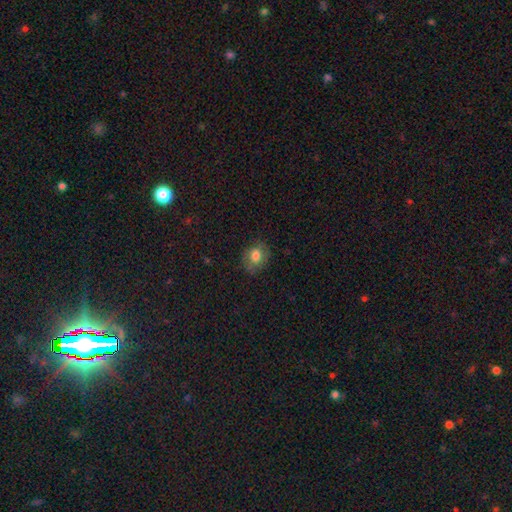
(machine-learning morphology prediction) Smooth or featured: smooth — 75% (featured or disk — 16%)
How rounded: round — 50% (in between — 49%)
Merging: none — 75% (minor disturbance — 18%)